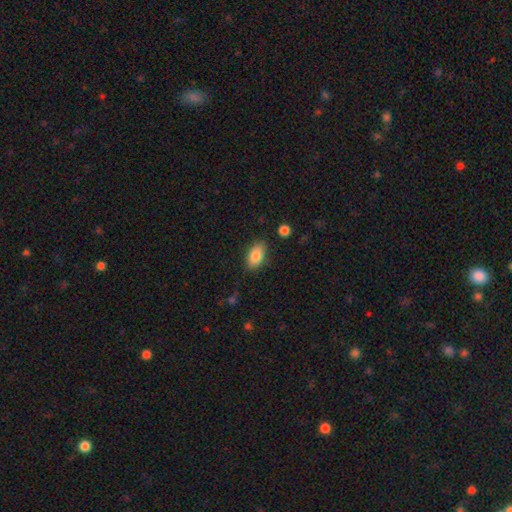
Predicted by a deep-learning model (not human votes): Morphology: type=smooth (84%); roundness=in between (90%); merging=none (83%).